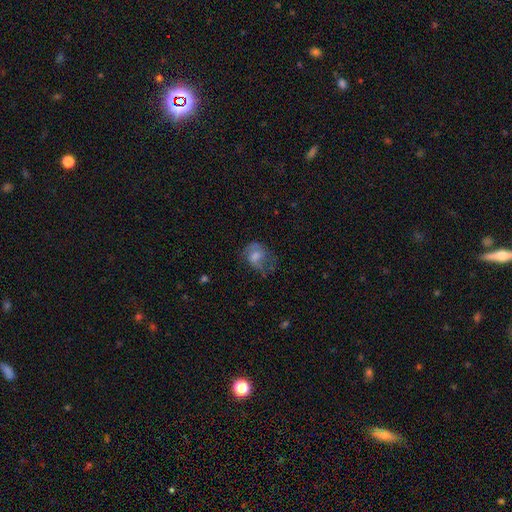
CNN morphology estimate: smooth-or-featured: featured or disk: 43% | smooth: 39% | star or artifact: 18%
  merging: none: 58% | minor disturbance: 24% | major disturbance: 17% | merger: 2%